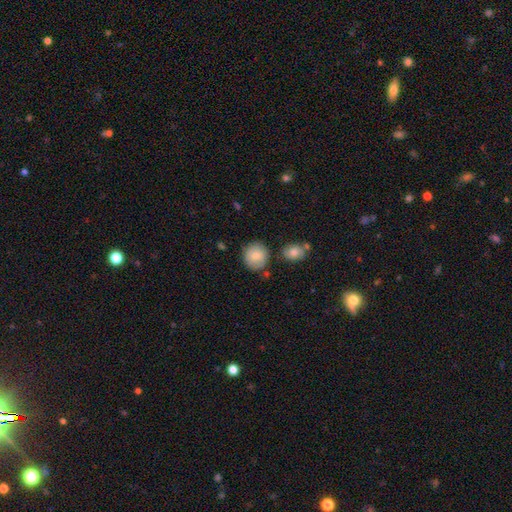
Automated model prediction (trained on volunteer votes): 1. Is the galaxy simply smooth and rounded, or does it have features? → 80% smooth, 12% featured or disk, 7% star or artifact.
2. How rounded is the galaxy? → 86% round, 13% in between, 1% cigar-shaped.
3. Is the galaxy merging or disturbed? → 78% none, 13% minor disturbance, 5% merger, 3% major disturbance.